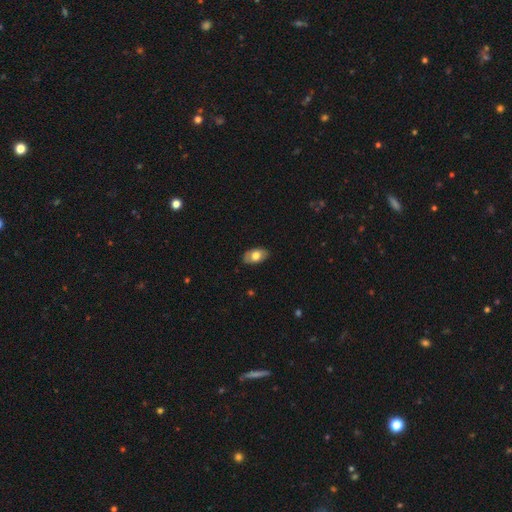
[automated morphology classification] This is likely a smooth galaxy (71%). How rounded: clearly in between (92%). Merging: clearly none (84%).